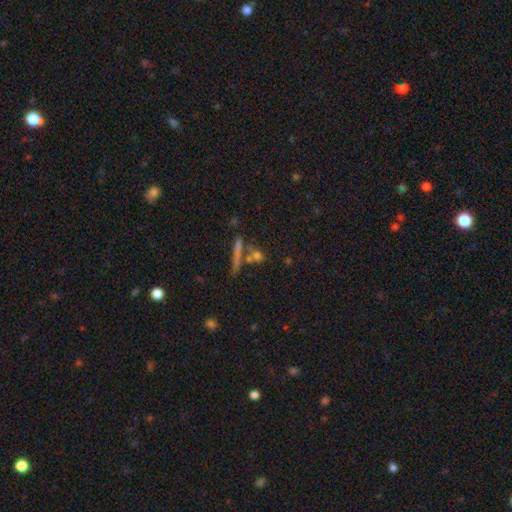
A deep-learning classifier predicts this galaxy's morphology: This is likely a smooth galaxy (62%). How rounded: marginally round (42%). Merging: likely none (64%).